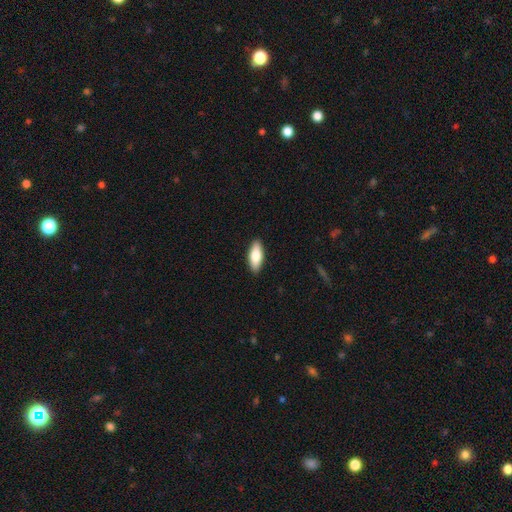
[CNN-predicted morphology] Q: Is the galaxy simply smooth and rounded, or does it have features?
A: smooth — 77%.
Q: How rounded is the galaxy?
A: in between — 74%.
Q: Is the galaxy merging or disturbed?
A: none — 90%.